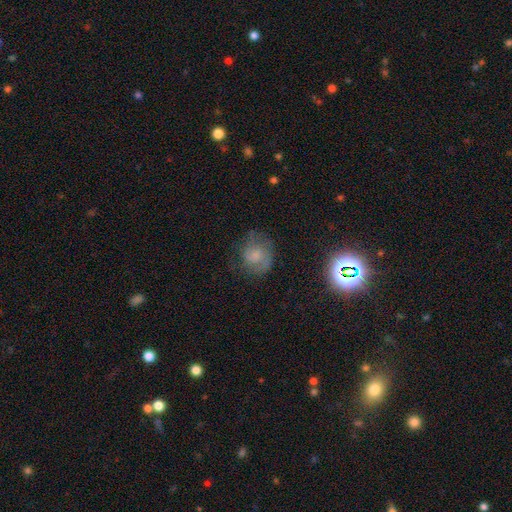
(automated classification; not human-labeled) Smooth or featured: smooth — 51% (featured or disk — 36%)
How rounded: round — 78% (in between — 21%)
Merging: none — 63% (minor disturbance — 23%)